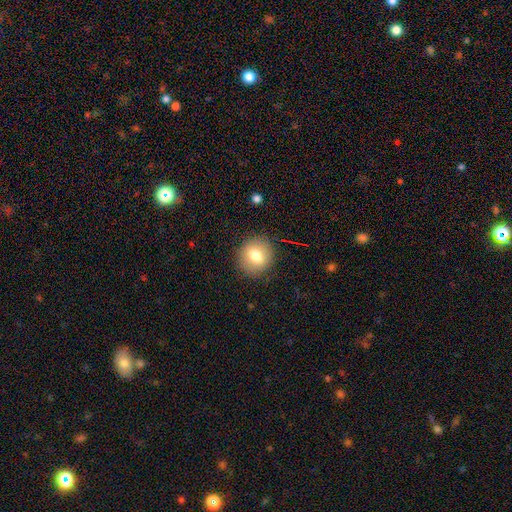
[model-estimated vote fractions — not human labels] Overall: smooth (76%). How rounded: round (84%). Merging: none (88%).